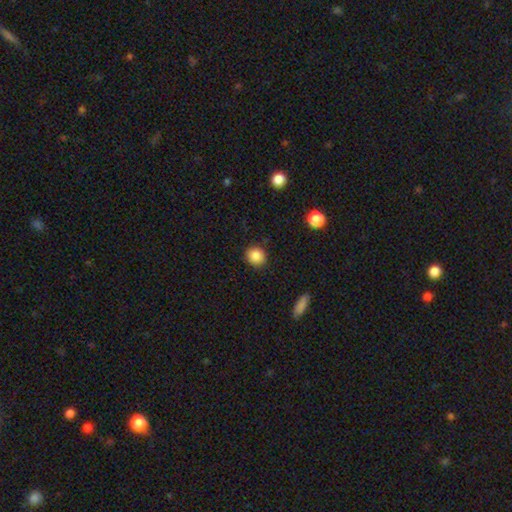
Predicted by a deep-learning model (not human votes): Overall: smooth (86%). How rounded: round (83%). Merging: none (89%).